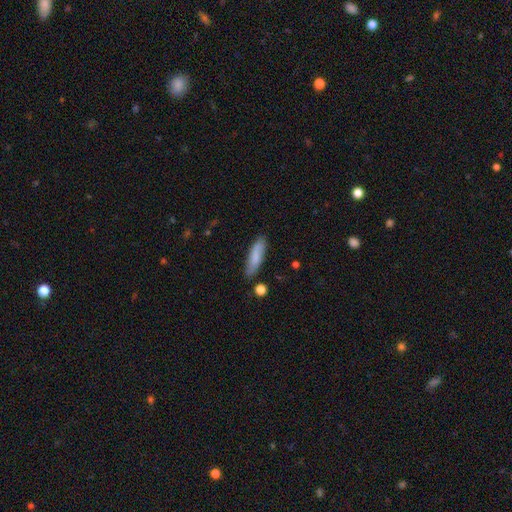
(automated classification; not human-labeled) smooth-or-featured: smooth: 77% | featured or disk: 17% | star or artifact: 6%
  how-rounded: cigar-shaped: 66% | in between: 32% | round: 2%
  merging: none: 81% | minor disturbance: 14% | major disturbance: 3% | merger: 3%